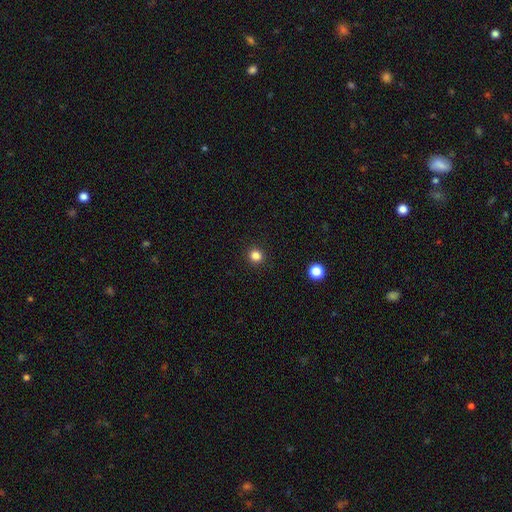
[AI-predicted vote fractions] Q: Smooth or featured?
A: smooth (83%); runner-up: star or artifact (13%)
Q: How rounded?
A: round (89%); runner-up: in between (10%)
Q: Merging?
A: none (92%); runner-up: minor disturbance (5%)